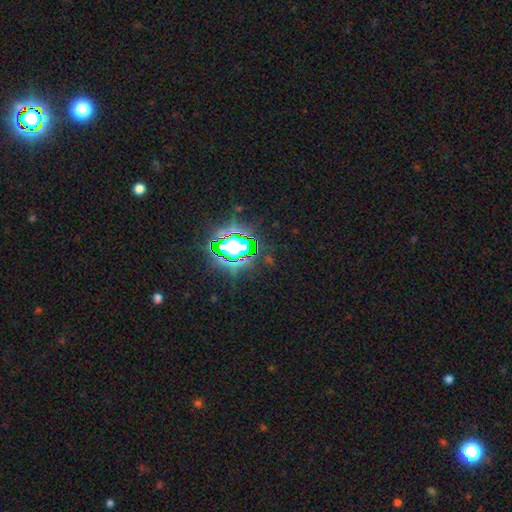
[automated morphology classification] Smooth or featured? star or artifact (82%)